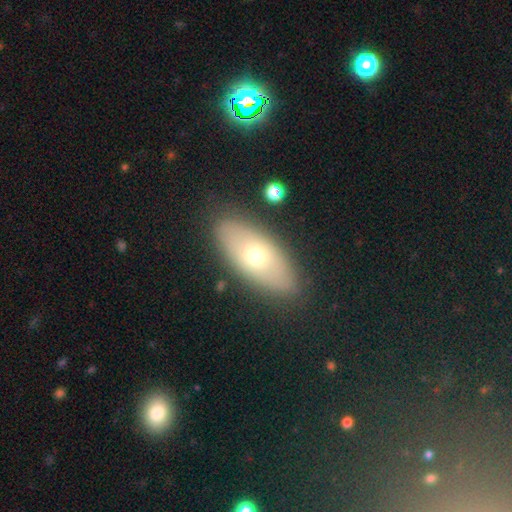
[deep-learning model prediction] Overall: smooth (59%; featured or disk 33%). How rounded: in between (85%). Merging: none (86%).